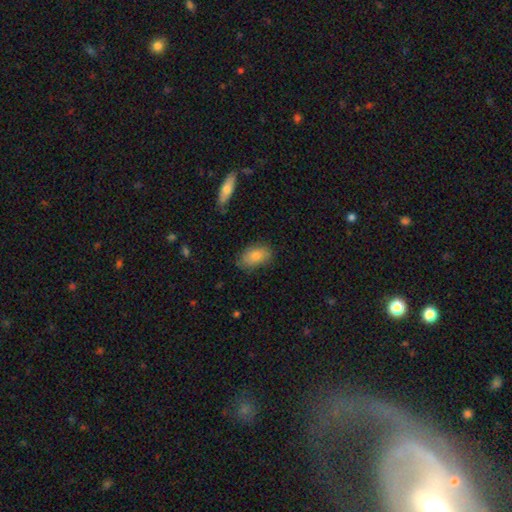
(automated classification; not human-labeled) Smooth or featured? Predicted: smooth (p=0.79). How rounded? Predicted: in between (p=0.89). Merging? Predicted: none (p=0.78).